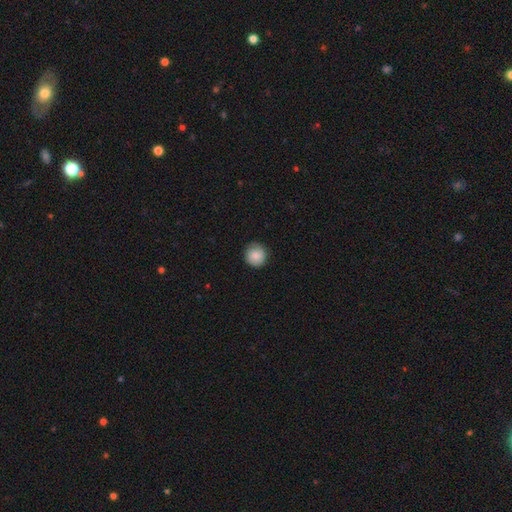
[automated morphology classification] smooth-or-featured: smooth: 82% | featured or disk: 11% | star or artifact: 7%
  how-rounded: round: 92% | in between: 7% | cigar-shaped: 1%
  merging: none: 82% | minor disturbance: 14% | major disturbance: 3% | merger: 1%